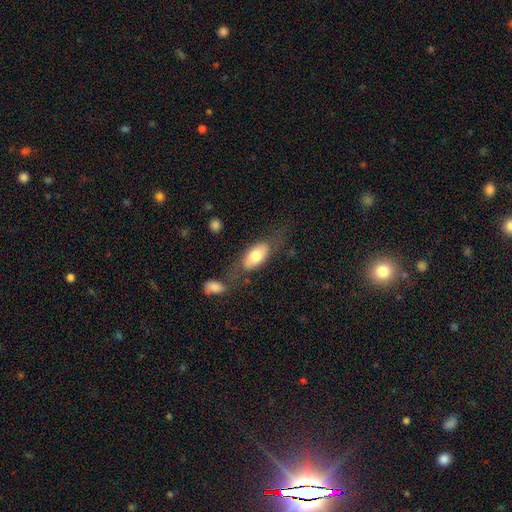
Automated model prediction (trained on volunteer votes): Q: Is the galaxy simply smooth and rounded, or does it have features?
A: smooth — 72%.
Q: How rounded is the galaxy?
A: in between — 89%.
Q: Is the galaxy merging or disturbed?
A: none — 58%.